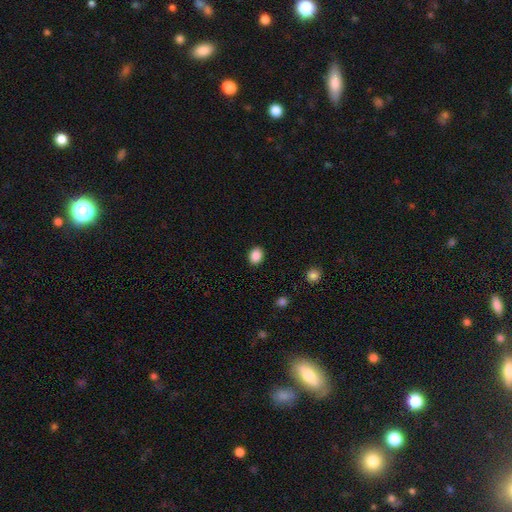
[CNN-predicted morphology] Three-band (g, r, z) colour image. It shows a smooth galaxy with no disk features (88%) that is in between round and cigar-shaped (54%). Merging: none (90%).